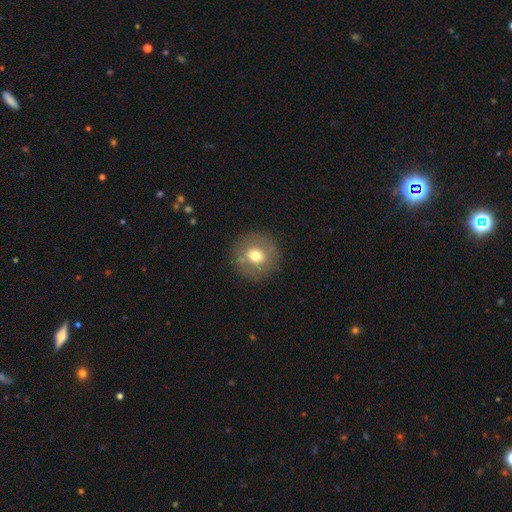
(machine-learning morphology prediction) Smooth or featured?
  - smooth: 67% *
  - featured or disk: 24%
  - star or artifact: 10%
How rounded?
  - round: 90% *
  - in between: 10%
  - cigar-shaped: 1%
Merging?
  - none: 85% *
  - minor disturbance: 9%
  - major disturbance: 4%
  - merger: 2%